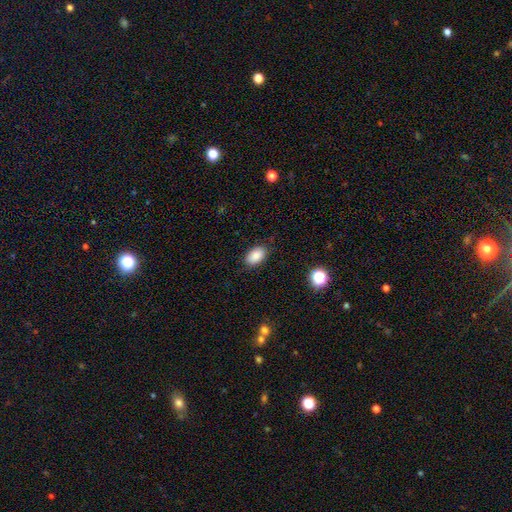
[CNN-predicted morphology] Q: Smooth or featured?
A: smooth (87%); runner-up: star or artifact (8%)
Q: How rounded?
A: in between (91%); runner-up: round (8%)
Q: Merging?
A: none (86%); runner-up: minor disturbance (11%)